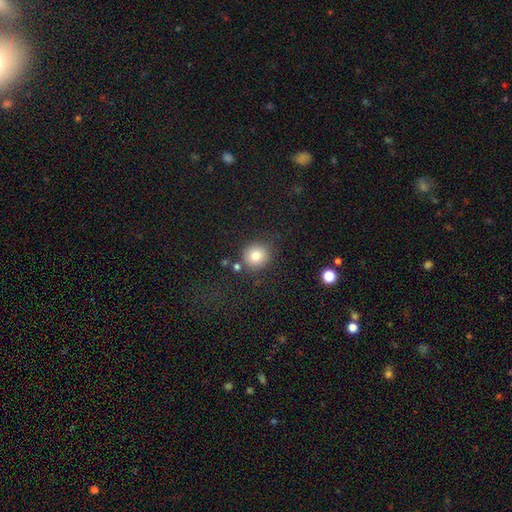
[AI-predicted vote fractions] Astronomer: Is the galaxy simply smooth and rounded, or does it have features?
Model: smooth — 82%.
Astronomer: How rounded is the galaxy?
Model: round — 88%.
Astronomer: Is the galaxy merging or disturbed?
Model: none — 81%.